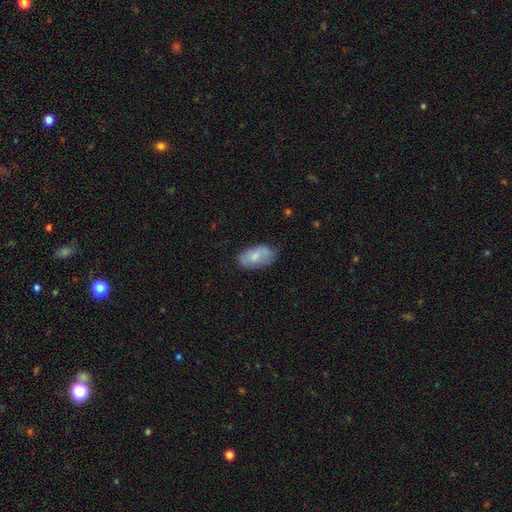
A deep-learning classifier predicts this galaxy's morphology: smooth-or-featured: smooth: 71% | featured or disk: 23% | star or artifact: 6%
  how-rounded: in between: 93% | round: 4% | cigar-shaped: 3%
  merging: none: 74% | minor disturbance: 20% | major disturbance: 4% | merger: 2%